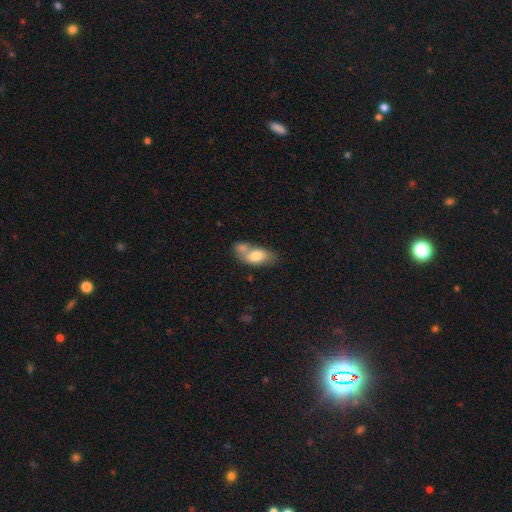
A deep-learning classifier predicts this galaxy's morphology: smooth_or_featured: smooth (p=0.71) [alt: featured or disk p=0.22]
how_rounded: in between (p=0.85) [alt: cigar-shaped p=0.08]
merging: merger (p=0.47) [alt: none p=0.32]